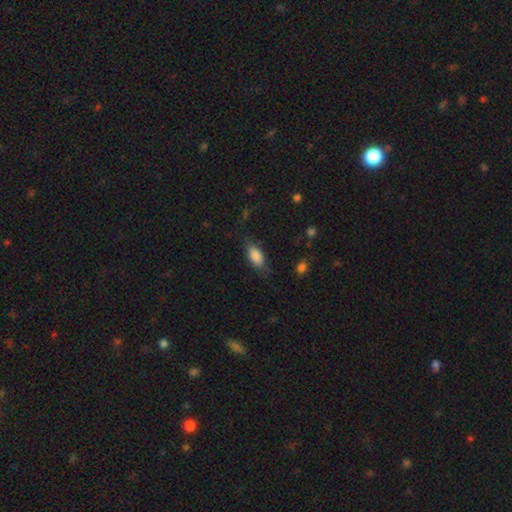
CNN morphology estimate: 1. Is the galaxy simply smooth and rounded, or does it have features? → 84% smooth, 9% featured or disk, 7% star or artifact.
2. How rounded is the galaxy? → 86% in between, 11% cigar-shaped, 3% round.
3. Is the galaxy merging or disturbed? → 70% none, 21% minor disturbance, 7% major disturbance, 2% merger.